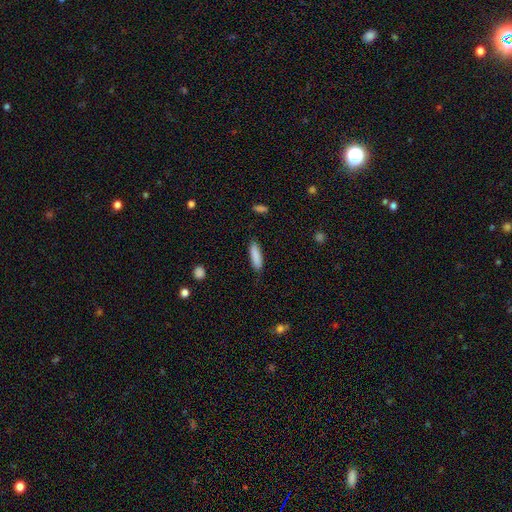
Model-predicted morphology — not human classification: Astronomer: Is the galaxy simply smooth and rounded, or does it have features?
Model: smooth — 87%.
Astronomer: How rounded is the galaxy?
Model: cigar-shaped — 65%.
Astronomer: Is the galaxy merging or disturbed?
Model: none — 84%.